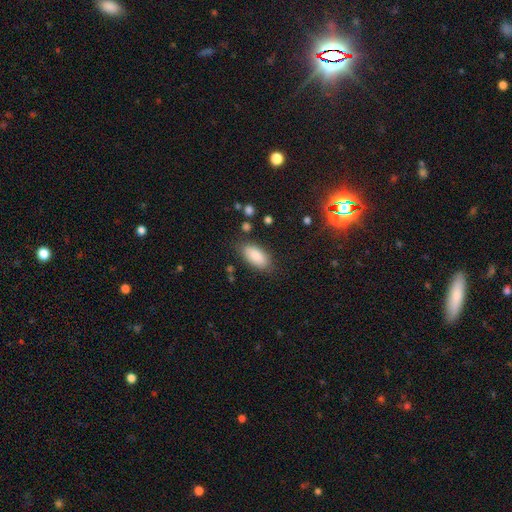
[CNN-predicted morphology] A smooth galaxy with no disk features (87%) that is in between round and cigar-shaped (91%).

Vote fractions:
- Smooth or featured? smooth: 87% / star or artifact: 7% / featured or disk: 6%
- How rounded? in between: 91% / cigar-shaped: 7% / round: 2%
- Merging? none: 81% / minor disturbance: 13% / major disturbance: 4% / merger: 2%